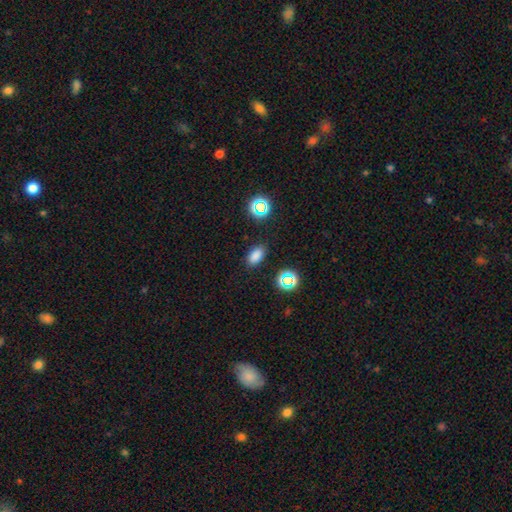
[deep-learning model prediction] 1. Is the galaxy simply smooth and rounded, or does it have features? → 78% smooth, 17% star or artifact, 5% featured or disk.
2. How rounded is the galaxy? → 88% in between, 9% round, 3% cigar-shaped.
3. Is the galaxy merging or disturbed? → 86% none, 9% minor disturbance, 3% major disturbance, 2% merger.